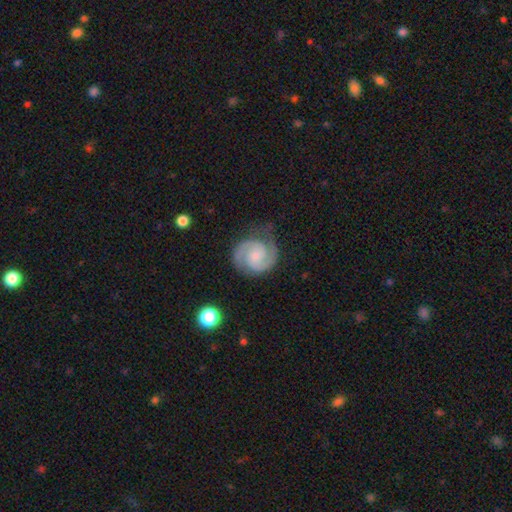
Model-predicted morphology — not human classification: The model was most divided on "spiral winding": tight: 50%, medium: 43%, loose: 6%. More confident: edge-on disk — no (98%); spiral arms — yes (98%); spiral arm count — 2 (92%); smooth or featured — featured or disk (89%); merging — none (75%); bulge size — small (66%); bar — no (63%).